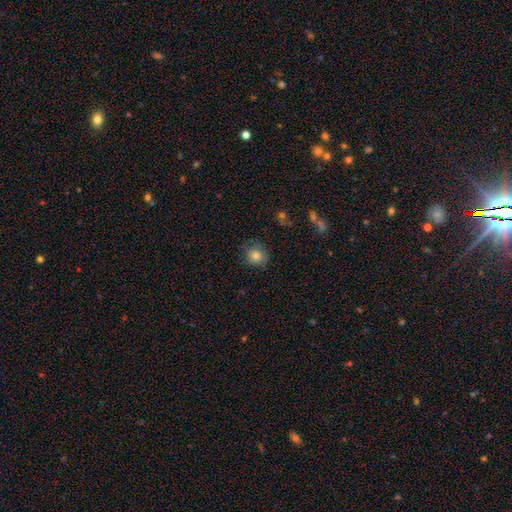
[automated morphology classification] smooth-or-featured: smooth: 82% | star or artifact: 11% | featured or disk: 7%
  how-rounded: round: 89% | in between: 10% | cigar-shaped: 1%
  merging: none: 79% | minor disturbance: 15% | major disturbance: 4% | merger: 1%